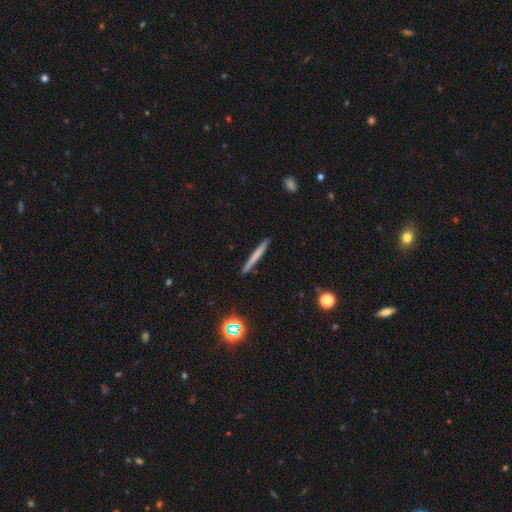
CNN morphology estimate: A smooth galaxy with no disk features (61%) that is cigar-shaped (96%). Merging: none (90%).